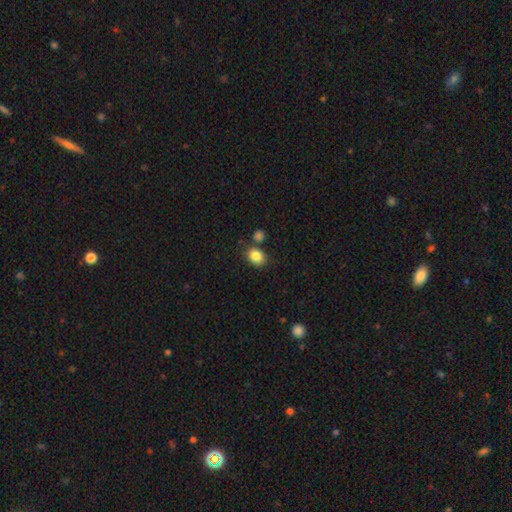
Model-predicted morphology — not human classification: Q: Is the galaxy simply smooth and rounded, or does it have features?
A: smooth — 85%.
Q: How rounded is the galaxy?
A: in between — 54%.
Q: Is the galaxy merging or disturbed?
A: none — 73%.